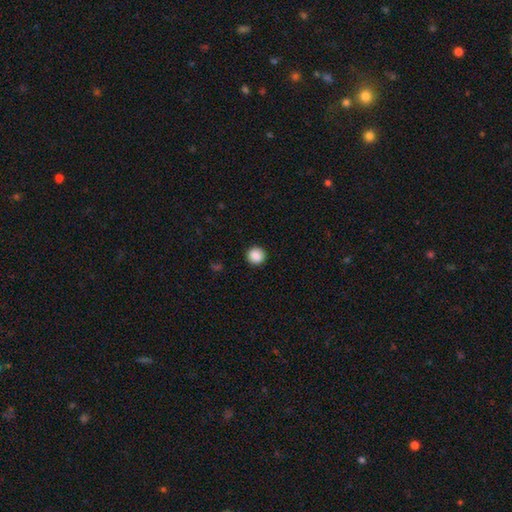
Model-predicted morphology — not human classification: smooth_or_featured: smooth (p=0.88) [alt: star or artifact p=0.09]
how_rounded: round (p=0.94) [alt: in between p=0.05]
merging: none (p=0.92) [alt: minor disturbance p=0.05]